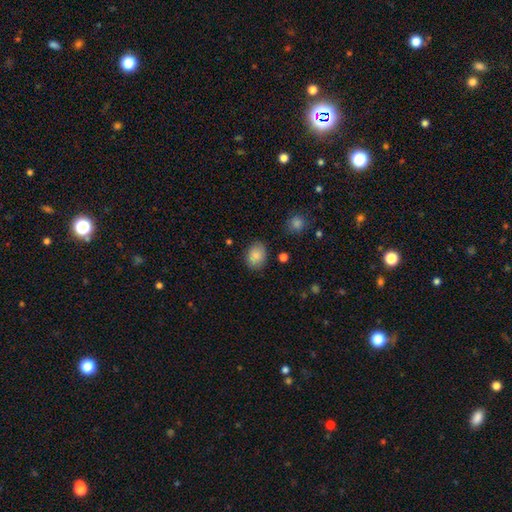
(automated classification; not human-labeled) The model was most divided on "how rounded": in between: 65%, round: 34%, cigar-shaped: 1%. More confident: smooth or featured — smooth (86%); merging — none (83%).